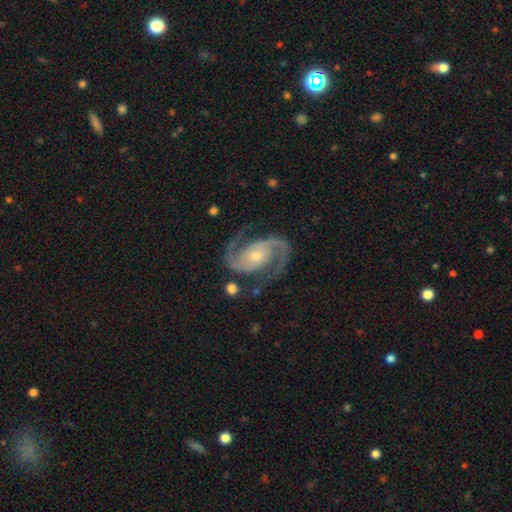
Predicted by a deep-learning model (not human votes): A featured or disk galaxy (93%) with no bar (55%), 2 (94%) medium (62%) spiral arms (99%) and a moderate central bulge (49%). Merging: none (80%).